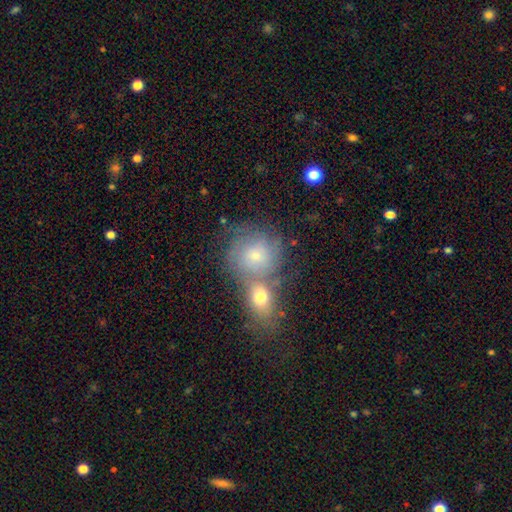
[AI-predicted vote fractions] A smooth galaxy with no disk features (54%) that is round (78%). Merging: merger (45%).